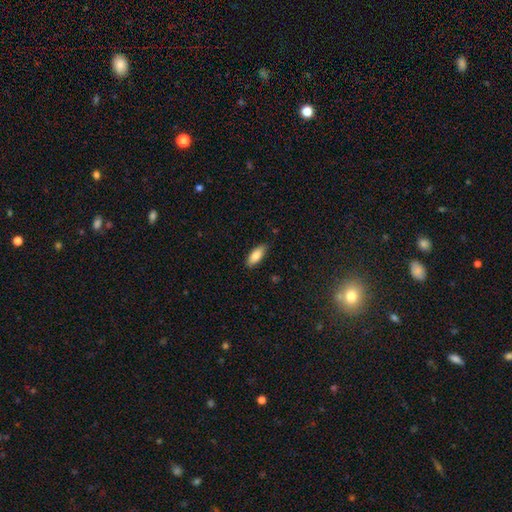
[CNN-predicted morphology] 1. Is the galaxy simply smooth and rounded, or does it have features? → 83% smooth, 10% featured or disk, 7% star or artifact.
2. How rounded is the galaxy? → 79% in between, 19% cigar-shaped, 2% round.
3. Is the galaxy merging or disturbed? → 81% none, 15% minor disturbance, 2% major disturbance, 1% merger.